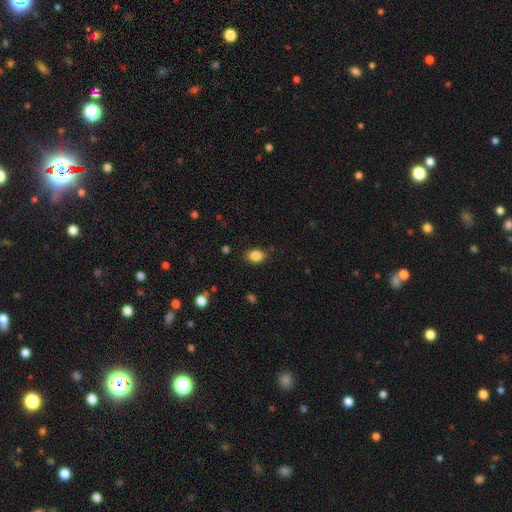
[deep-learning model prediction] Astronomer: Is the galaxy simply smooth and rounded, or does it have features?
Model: smooth — 85%.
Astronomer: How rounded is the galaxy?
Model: in between — 75%.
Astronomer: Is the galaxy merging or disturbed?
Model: none — 83%.